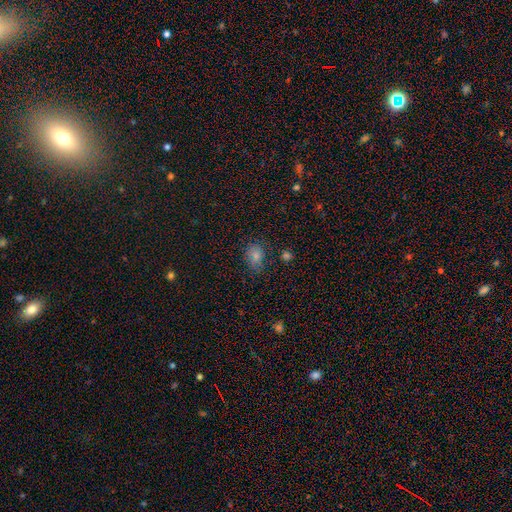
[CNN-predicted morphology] smooth 77%, star or artifact 15%, featured or disk 8%. Down the decision tree: how rounded — in between (58%); merging — none (70%).